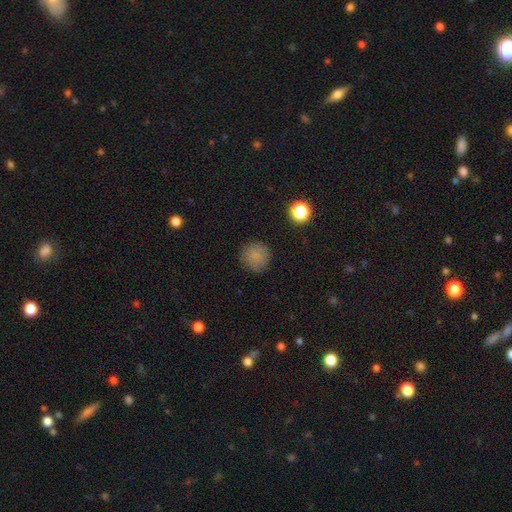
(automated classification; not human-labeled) smooth-or-featured: smooth: 81% | star or artifact: 12% | featured or disk: 6%
  how-rounded: round: 93% | in between: 6% | cigar-shaped: 1%
  merging: none: 85% | minor disturbance: 11% | major disturbance: 3% | merger: 1%